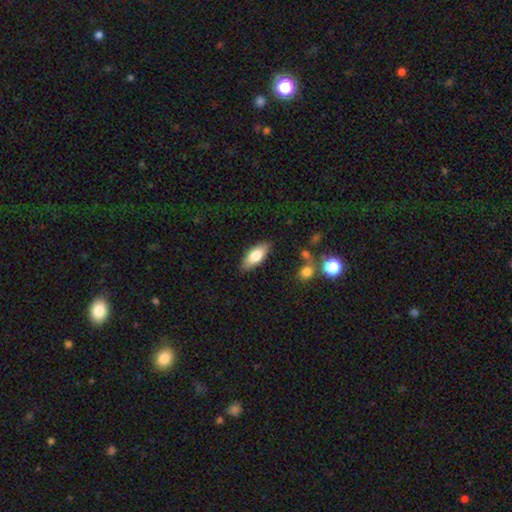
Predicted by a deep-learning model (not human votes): This appears to be a smooth galaxy with no disk features (77%) that is in between round and cigar-shaped (79%). Merging: none (84%).